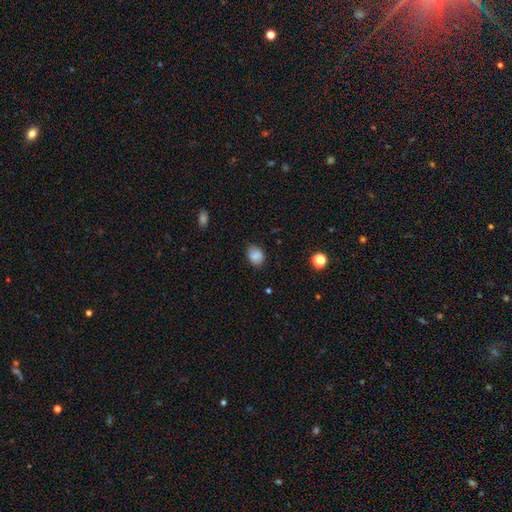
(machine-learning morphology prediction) Smooth or featured? Predicted: smooth (p=0.85). How rounded? Predicted: in between (p=0.59). Merging? Predicted: none (p=0.77).